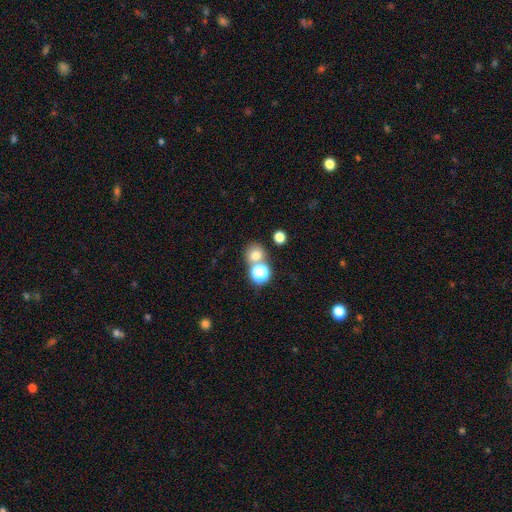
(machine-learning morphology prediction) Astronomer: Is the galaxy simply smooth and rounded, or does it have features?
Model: smooth — 70%.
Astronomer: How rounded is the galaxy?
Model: round — 80%.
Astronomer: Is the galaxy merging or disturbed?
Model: none — 59%.